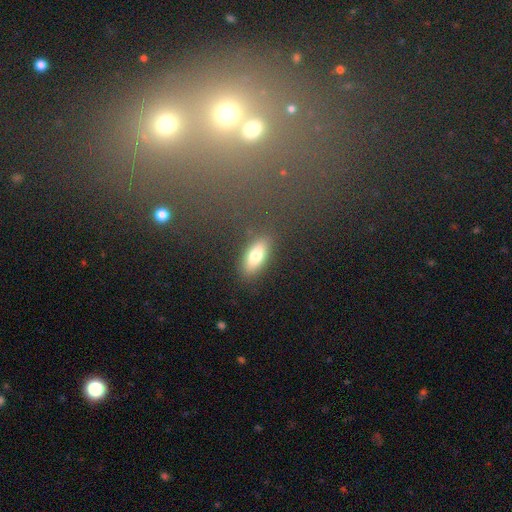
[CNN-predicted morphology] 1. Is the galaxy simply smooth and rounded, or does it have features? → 75% smooth, 17% featured or disk, 8% star or artifact.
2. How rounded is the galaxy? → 79% in between, 17% cigar-shaped, 4% round.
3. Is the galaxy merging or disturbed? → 84% none, 10% minor disturbance, 3% major disturbance, 2% merger.